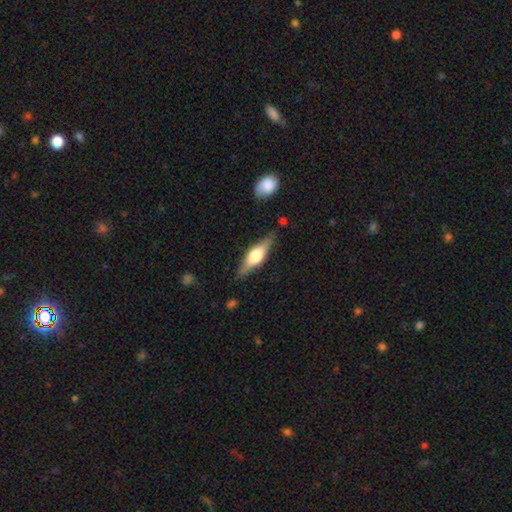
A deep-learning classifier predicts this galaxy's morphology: A featured or disk galaxy (66%) viewed edge-on (96%) with a rounded central bulge (90%). Merging: none (82%).